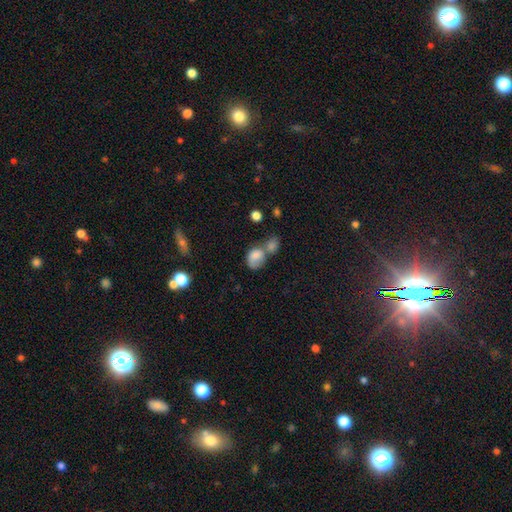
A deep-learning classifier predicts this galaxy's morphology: The model was most divided on "merging": merger: 58%, none: 20%, minor disturbance: 12%, major disturbance: 10%. More confident: smooth or featured — smooth (78%); how rounded — in between (68%).